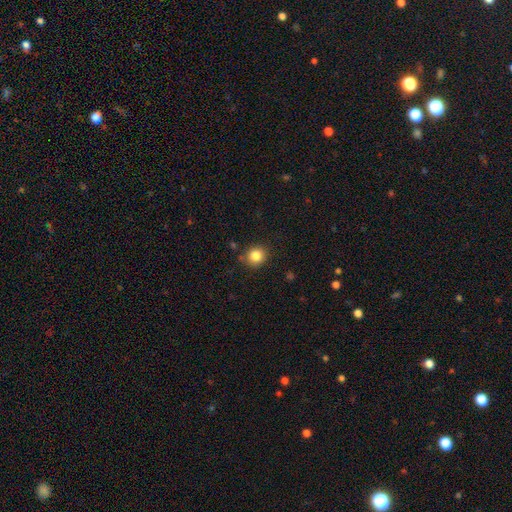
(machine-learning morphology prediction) Smooth or featured? Predicted: smooth (p=0.84). How rounded? Predicted: round (p=0.86). Merging? Predicted: none (p=0.82).